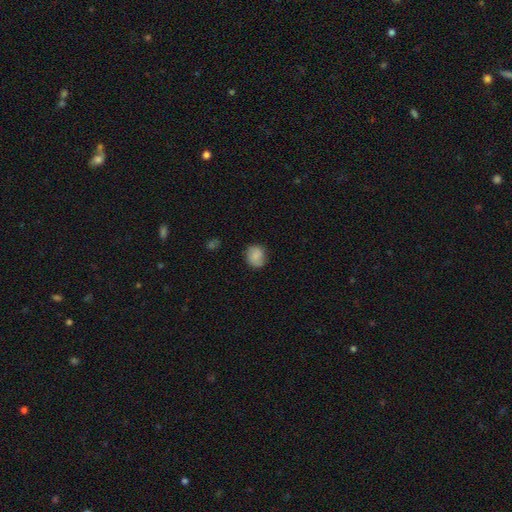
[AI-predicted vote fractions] Smooth or featured: smooth — 80% (featured or disk — 12%)
How rounded: round — 71% (in between — 28%)
Merging: none — 78% (minor disturbance — 17%)